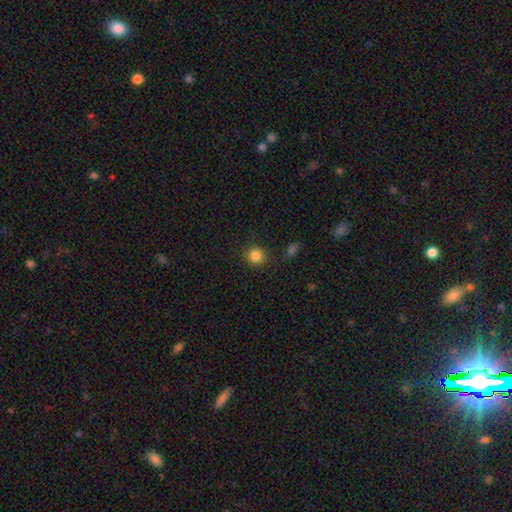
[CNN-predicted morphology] smooth 85%, star or artifact 11%, featured or disk 5%. Down the decision tree: how rounded — round (90%); merging — none (86%).